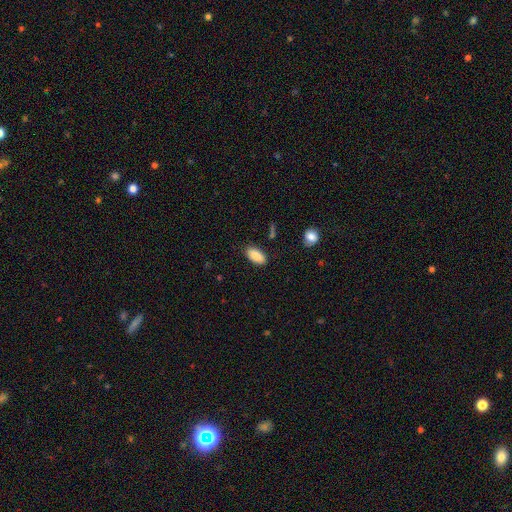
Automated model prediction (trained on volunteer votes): Morphology: type=smooth (85%); roundness=in between (93%); merging=none (85%).